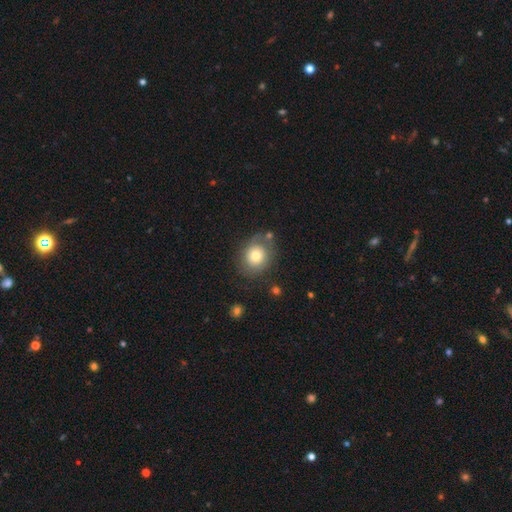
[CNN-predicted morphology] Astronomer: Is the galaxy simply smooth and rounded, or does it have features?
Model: smooth — 70%.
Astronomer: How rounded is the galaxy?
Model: round — 68%.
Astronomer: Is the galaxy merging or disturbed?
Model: none — 69%.